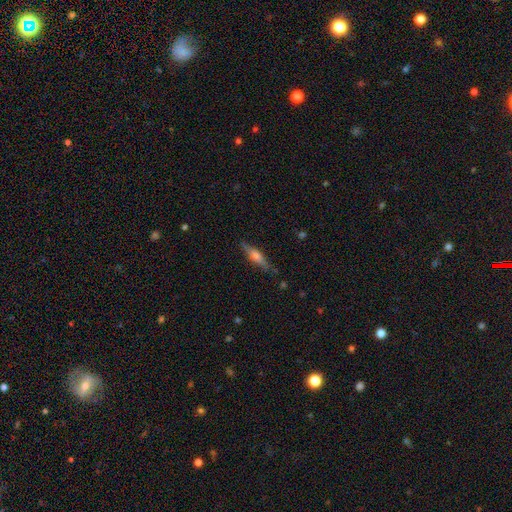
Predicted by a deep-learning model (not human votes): featured or disk 53%, smooth 40%, star or artifact 7%. Down the decision tree: edge-on disk — yes (94%); edge-on bulge — rounded (71%); merging — none (83%).